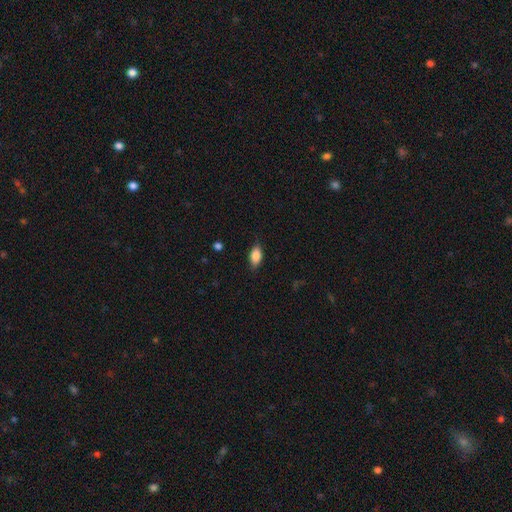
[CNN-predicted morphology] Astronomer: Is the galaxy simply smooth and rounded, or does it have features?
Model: smooth — 84%.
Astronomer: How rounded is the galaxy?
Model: in between — 89%.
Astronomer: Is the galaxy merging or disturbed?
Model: none — 80%.